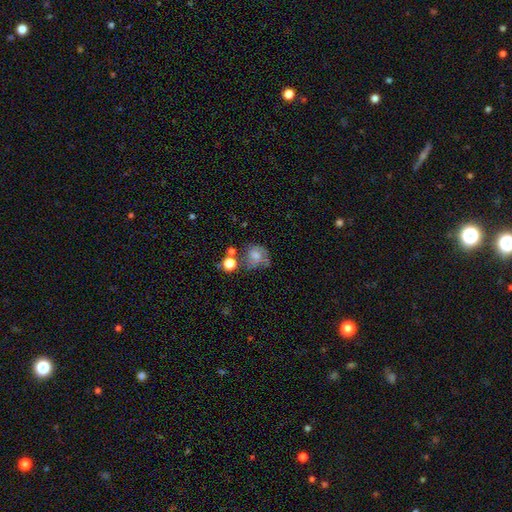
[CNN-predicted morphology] Smooth or featured?
  - featured or disk: 47% *
  - smooth: 42%
  - star or artifact: 11%
Merging?
  - none: 44% *
  - minor disturbance: 23%
  - major disturbance: 19%
  - merger: 14%